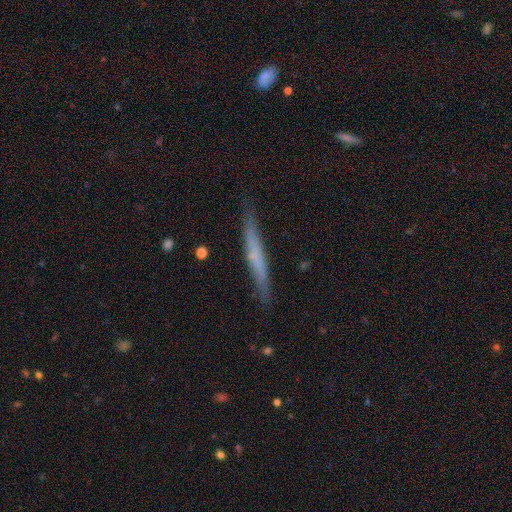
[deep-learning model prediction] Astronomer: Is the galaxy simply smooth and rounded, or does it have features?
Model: smooth — 51% (runner-up: featured or disk, 43%).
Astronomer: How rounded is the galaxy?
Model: cigar-shaped — 96%.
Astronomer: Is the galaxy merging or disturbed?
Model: none — 87%.